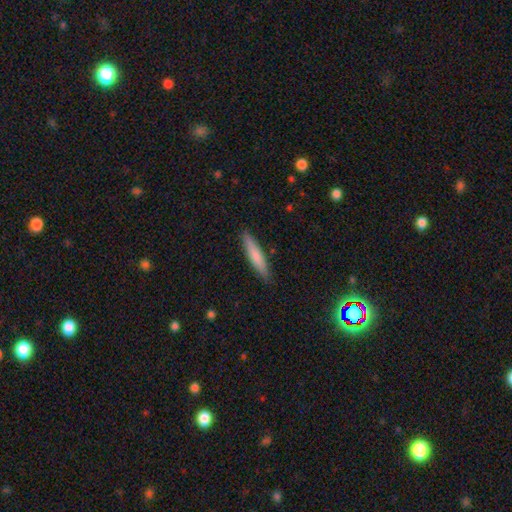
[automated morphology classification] Q: Smooth or featured?
A: smooth (75%); runner-up: featured or disk (20%)
Q: How rounded?
A: cigar-shaped (89%); runner-up: in between (10%)
Q: Merging?
A: none (89%); runner-up: minor disturbance (8%)